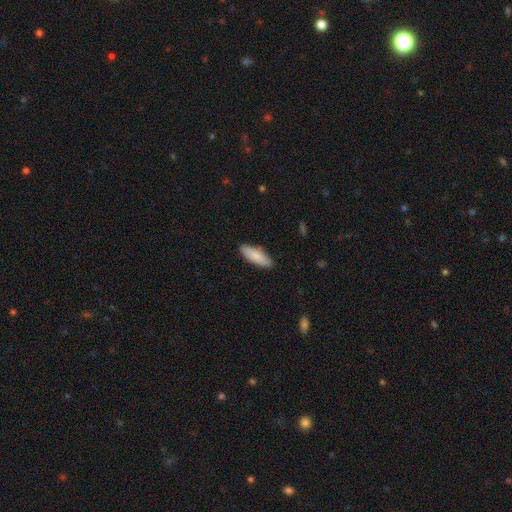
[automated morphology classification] Smooth or featured? smooth (85%)
How rounded? in between (57%)
Merging? none (88%)